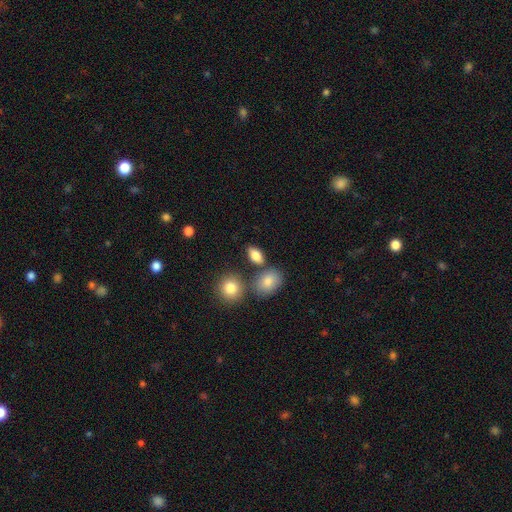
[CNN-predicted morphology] This is clearly a smooth galaxy (83%). How rounded: clearly in between (85%). Merging: likely none (73%).